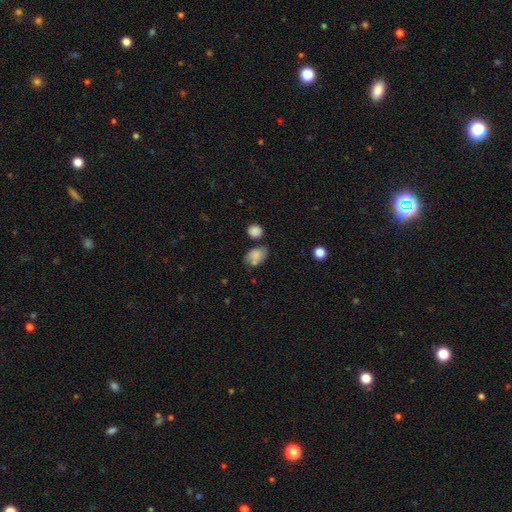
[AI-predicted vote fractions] Morphology: type=smooth (80%); roundness=in between (83%); merging=none (54%).